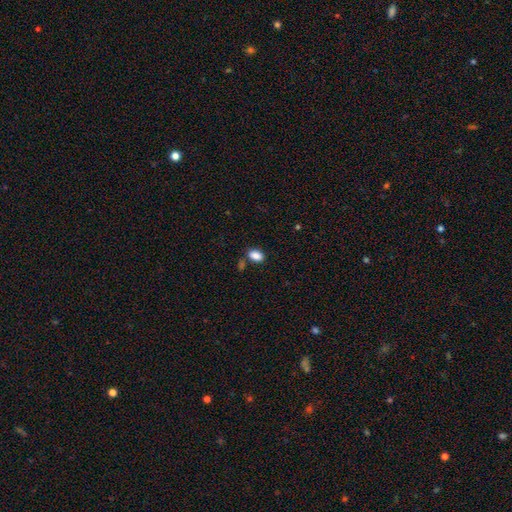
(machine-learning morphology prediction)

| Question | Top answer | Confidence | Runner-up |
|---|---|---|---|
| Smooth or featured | smooth | 87% | star or artifact (9%) |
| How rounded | in between | 89% | round (9%) |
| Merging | none | 73% | minor disturbance (12%) |